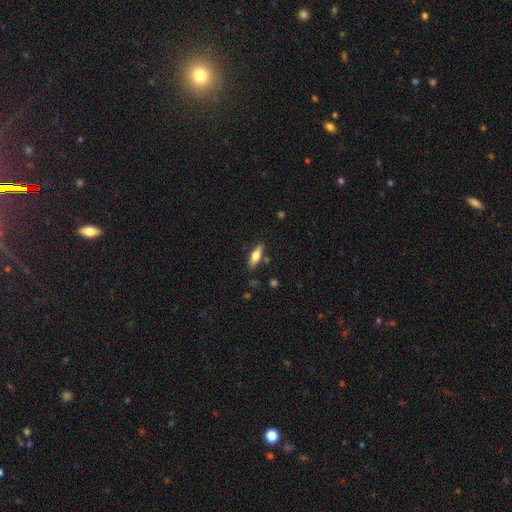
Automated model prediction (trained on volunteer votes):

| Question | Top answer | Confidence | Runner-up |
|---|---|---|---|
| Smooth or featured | smooth | 61% | featured or disk (32%) |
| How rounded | in between | 54% | cigar-shaped (44%) |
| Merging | none | 82% | minor disturbance (12%) |